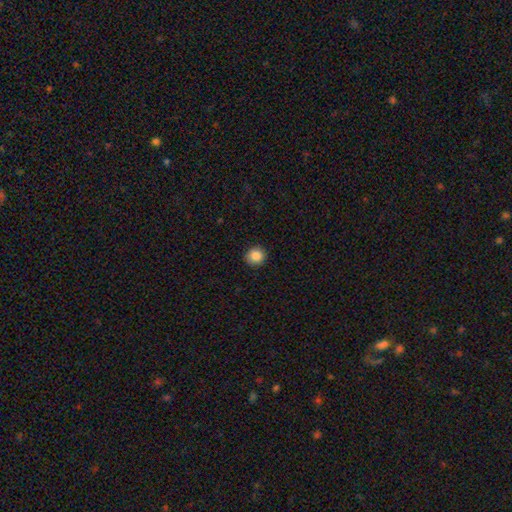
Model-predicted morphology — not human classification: smooth-or-featured: smooth: 86% | star or artifact: 9% | featured or disk: 4%
  how-rounded: round: 91% | in between: 8% | cigar-shaped: 1%
  merging: none: 91% | minor disturbance: 6% | major disturbance: 2% | merger: 1%